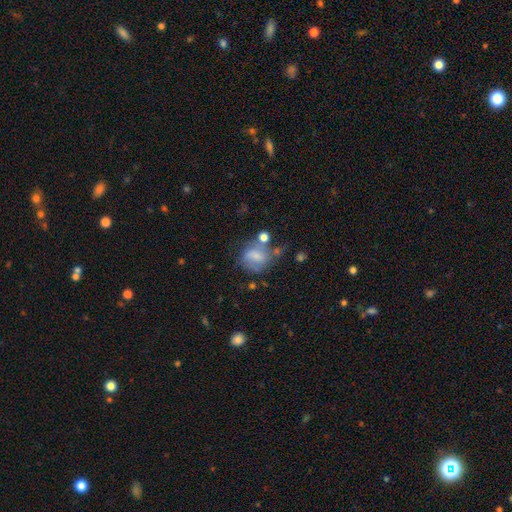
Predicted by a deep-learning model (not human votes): A smooth galaxy with no disk features (55%) that is round (68%). Merging: none (42%).